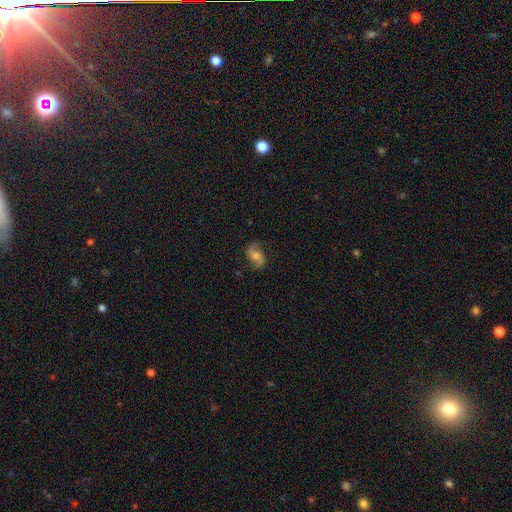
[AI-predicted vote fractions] featured or disk 76%, smooth 15%, star or artifact 9%. Down the decision tree: edge-on disk — no (97%); bar — no (51%); spiral arms — yes (95%); spiral arm count — 2 (92%); spiral winding — loose (53%); bulge size — moderate (53%); merging — none (79%).